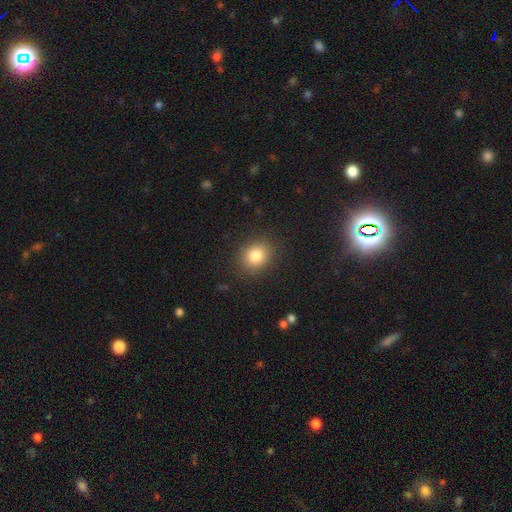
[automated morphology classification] The model was most divided on "how rounded": round: 65%, in between: 34%, cigar-shaped: 1%. More confident: merging — none (87%); smooth or featured — smooth (82%).